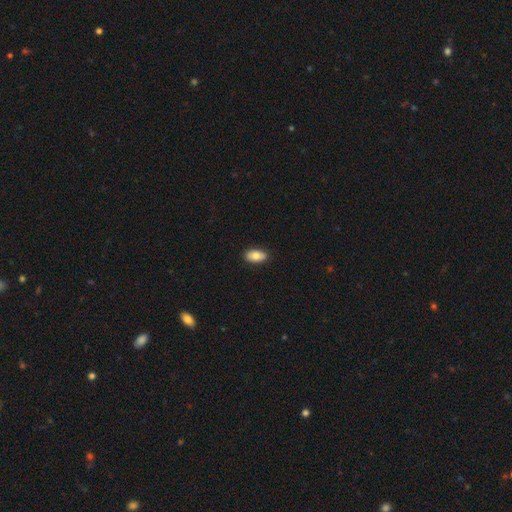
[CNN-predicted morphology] A smooth galaxy with no disk features (82%) that is in between round and cigar-shaped (93%). Merging: none (89%).